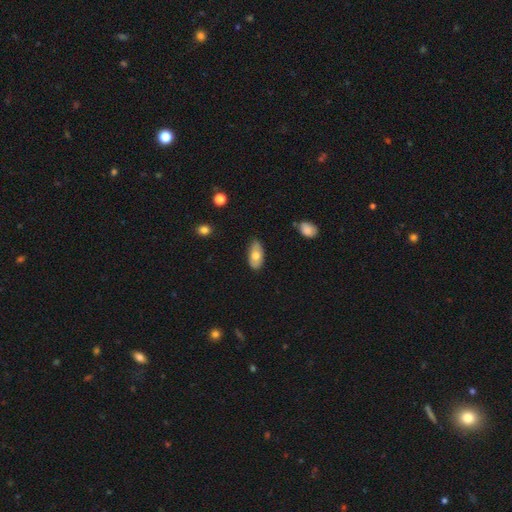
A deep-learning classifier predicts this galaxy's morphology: Smooth or featured? smooth (67%)
How rounded? in between (91%)
Merging? none (76%)